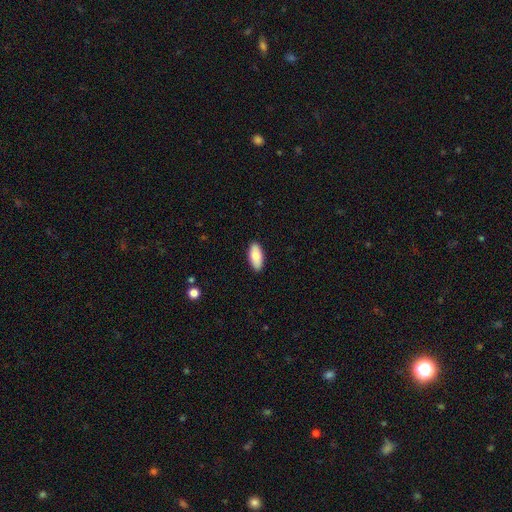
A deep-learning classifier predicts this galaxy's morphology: smooth-or-featured: smooth: 80% | featured or disk: 14% | star or artifact: 6%
  how-rounded: in between: 89% | cigar-shaped: 9% | round: 2%
  merging: none: 90% | minor disturbance: 8% | major disturbance: 2% | merger: 1%